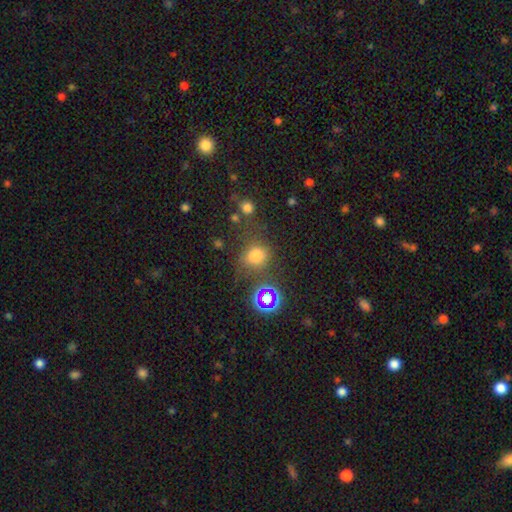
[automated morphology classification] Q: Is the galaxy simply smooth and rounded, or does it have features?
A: smooth — 71%.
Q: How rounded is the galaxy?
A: round — 77%.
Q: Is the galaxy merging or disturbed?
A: none — 65%.